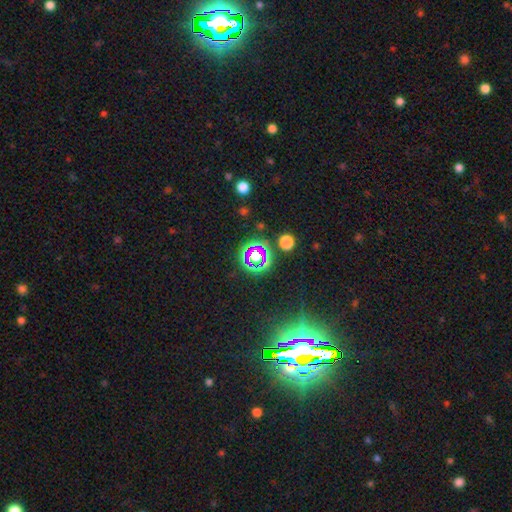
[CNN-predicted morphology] smooth-or-featured: star or artifact: 64% | smooth: 24% | featured or disk: 12%